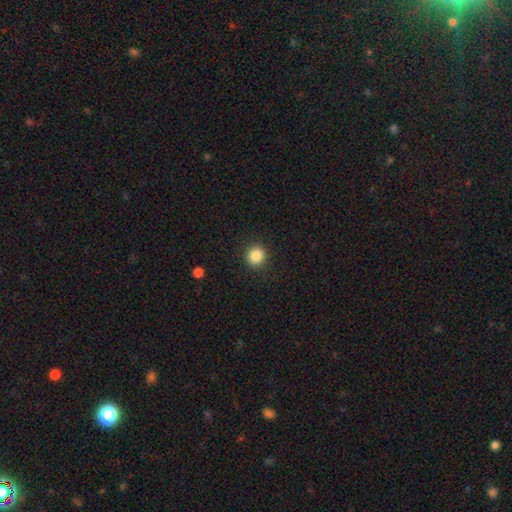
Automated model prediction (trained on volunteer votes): A smooth galaxy with no disk features (86%) that is round (91%). Merging: none (91%).